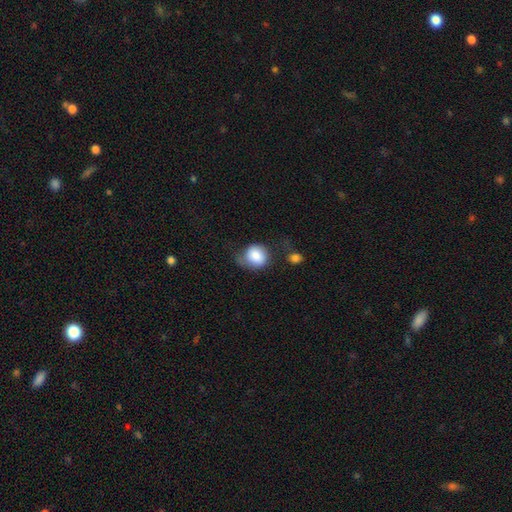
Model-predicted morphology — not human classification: type=smooth (81%); roundness=round (74%); merging=none (41%).